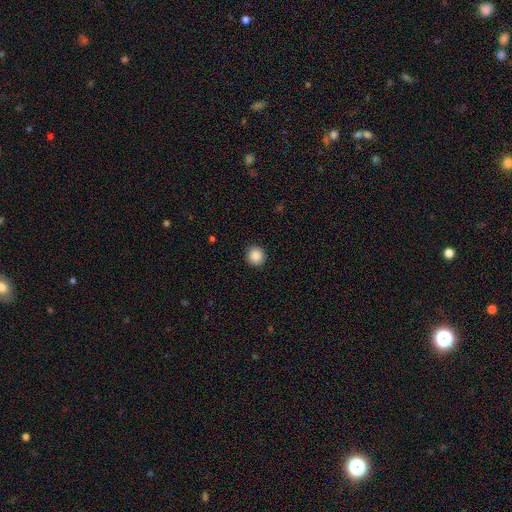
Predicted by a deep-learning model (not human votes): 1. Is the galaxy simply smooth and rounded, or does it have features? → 88% smooth, 9% star or artifact, 3% featured or disk.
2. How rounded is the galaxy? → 93% round, 6% in between, 1% cigar-shaped.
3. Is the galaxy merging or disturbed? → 92% none, 5% minor disturbance, 2% major disturbance, 1% merger.